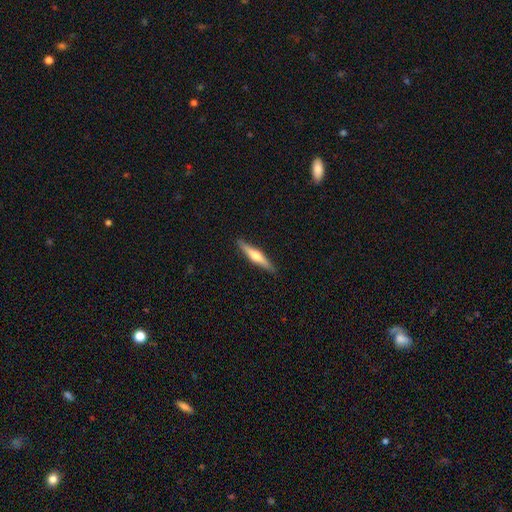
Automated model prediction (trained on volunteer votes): Smooth or featured?
  - featured or disk: 63% *
  - smooth: 32%
  - star or artifact: 5%
Edge-on disk?
  - yes: 97% *
  - no: 3%
Edge-on bulge?
  - rounded: 91% *
  - none: 5%
  - boxy: 4%
Merging?
  - none: 91% *
  - minor disturbance: 7%
  - major disturbance: 1%
  - merger: 1%